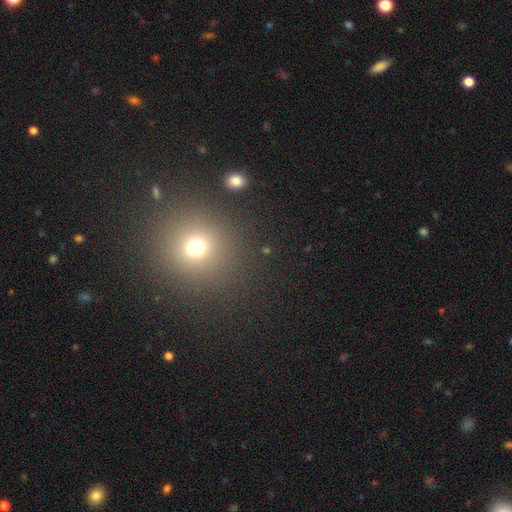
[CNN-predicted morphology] Q: Smooth or featured?
A: smooth (58%); runner-up: star or artifact (35%)
Q: How rounded?
A: round (90%); runner-up: in between (8%)
Q: Merging?
A: none (91%); runner-up: minor disturbance (5%)